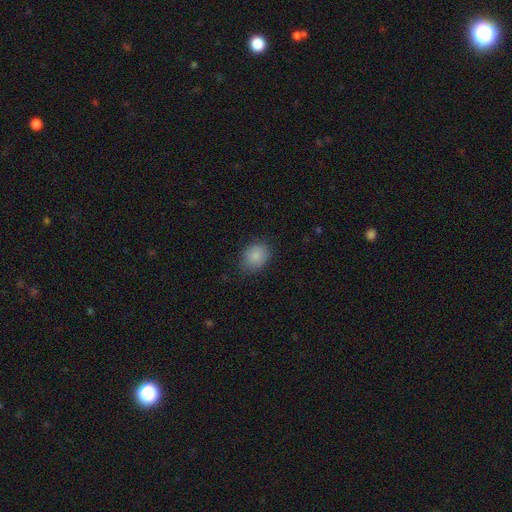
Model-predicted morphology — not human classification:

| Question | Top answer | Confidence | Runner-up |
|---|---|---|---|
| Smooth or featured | smooth | 86% | star or artifact (8%) |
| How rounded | in between | 57% | round (42%) |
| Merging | none | 76% | minor disturbance (19%) |